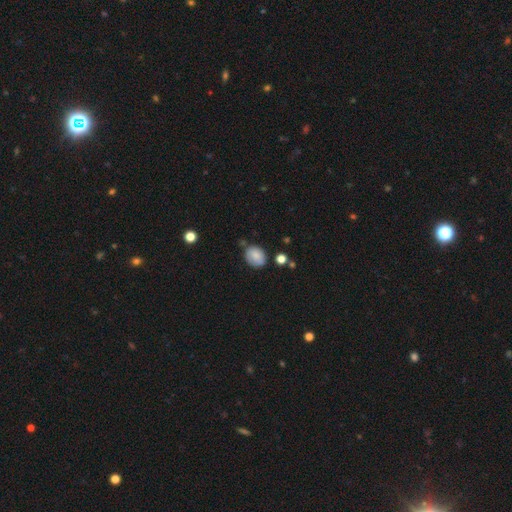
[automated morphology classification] A smooth galaxy with no disk features (80%) that is in between round and cigar-shaped (53%).

Vote fractions:
- Smooth or featured? smooth: 80% / featured or disk: 11% / star or artifact: 9%
- How rounded? in between: 53% / round: 46% / cigar-shaped: 1%
- Merging? none: 67% / minor disturbance: 23% / merger: 6% / major disturbance: 4%